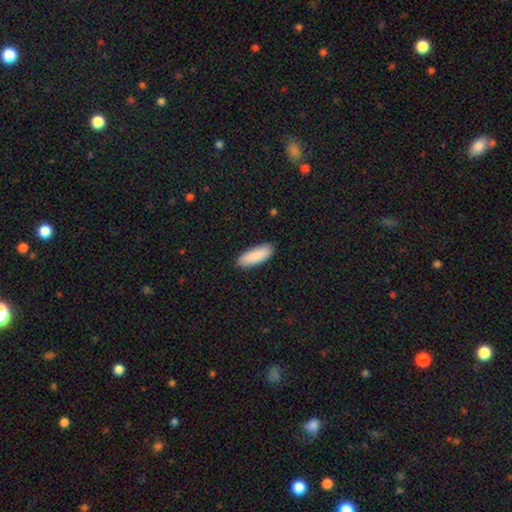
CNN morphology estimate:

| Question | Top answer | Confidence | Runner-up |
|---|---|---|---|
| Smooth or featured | smooth | 90% | star or artifact (5%) |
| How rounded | in between | 68% | cigar-shaped (30%) |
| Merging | none | 87% | minor disturbance (10%) |